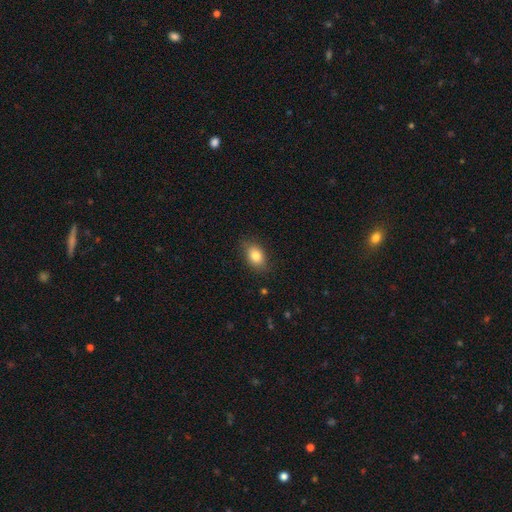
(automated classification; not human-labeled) smooth 83%, star or artifact 9%, featured or disk 9%. Down the decision tree: how rounded — in between (79%); merging — none (83%).